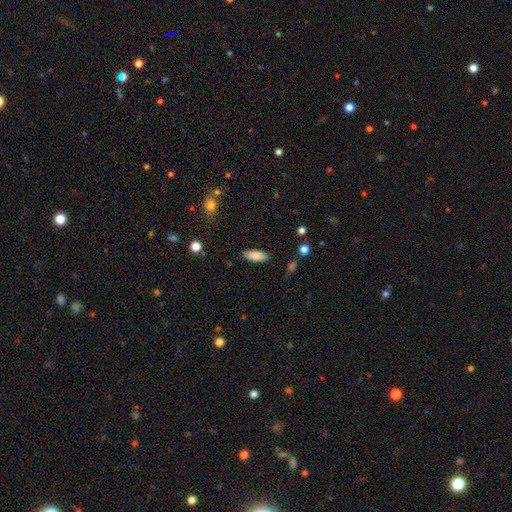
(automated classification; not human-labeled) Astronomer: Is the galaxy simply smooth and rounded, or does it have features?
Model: smooth — 87%.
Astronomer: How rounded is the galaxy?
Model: in between — 77%.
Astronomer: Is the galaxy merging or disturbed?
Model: none — 87%.